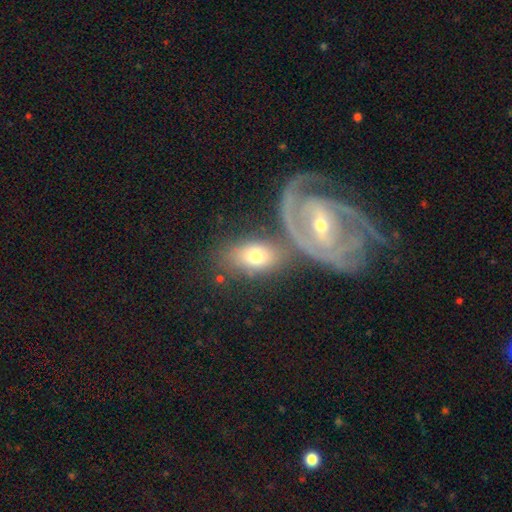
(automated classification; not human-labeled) Smooth or featured? smooth (54%)
How rounded? in between (79%)
Merging? none (50%)